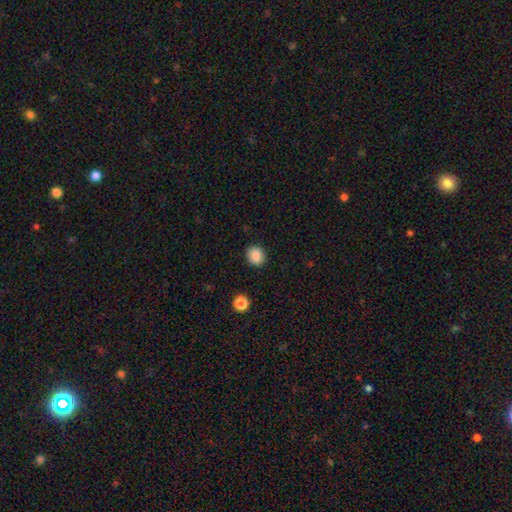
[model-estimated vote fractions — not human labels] A smooth galaxy with no disk features (86%) that is round (78%). Merging: none (89%).